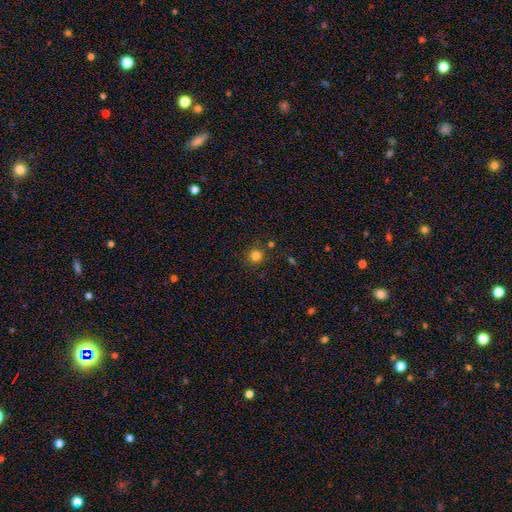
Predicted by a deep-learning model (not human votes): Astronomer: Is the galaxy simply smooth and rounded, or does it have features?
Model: smooth — 81%.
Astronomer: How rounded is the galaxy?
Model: round — 93%.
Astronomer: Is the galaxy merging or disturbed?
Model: none — 85%.